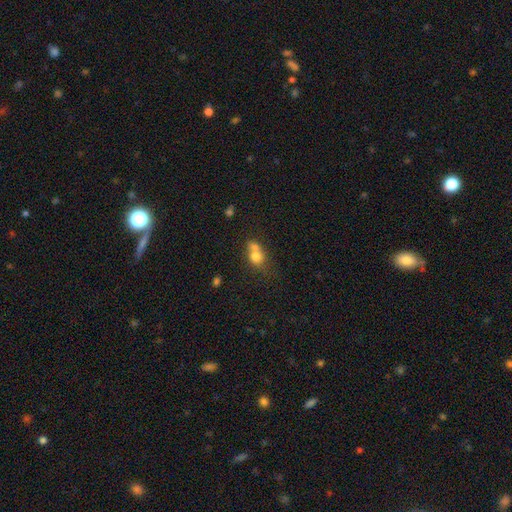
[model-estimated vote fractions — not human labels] A smooth galaxy with no disk features (73%) that is round (62%). Merging: merger (60%).